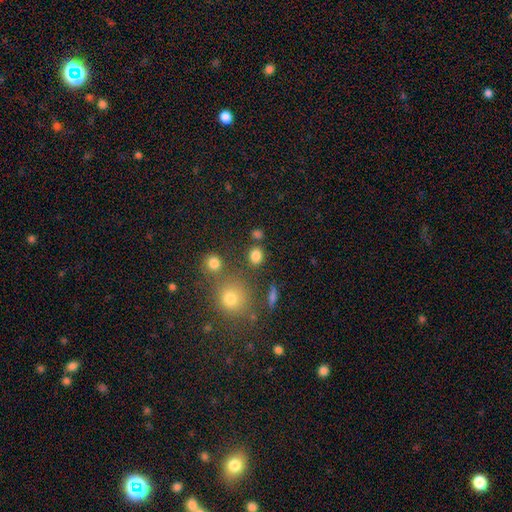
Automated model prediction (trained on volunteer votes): Morphology: type=smooth (80%); roundness=round (61%); merging=none (76%).